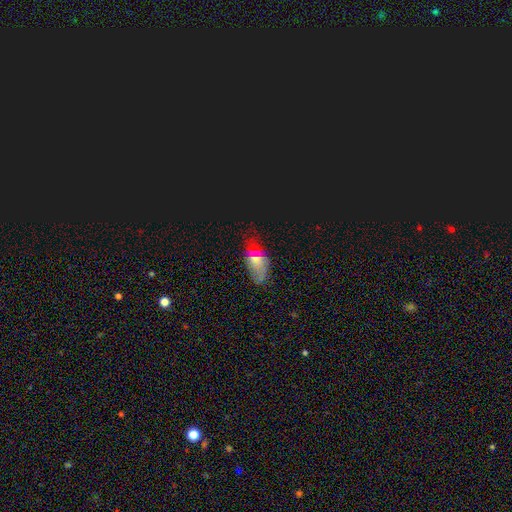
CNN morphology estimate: Smooth or featured: smooth — 41% (star or artifact — 33%)
Merging: none — 55% (minor disturbance — 28%)